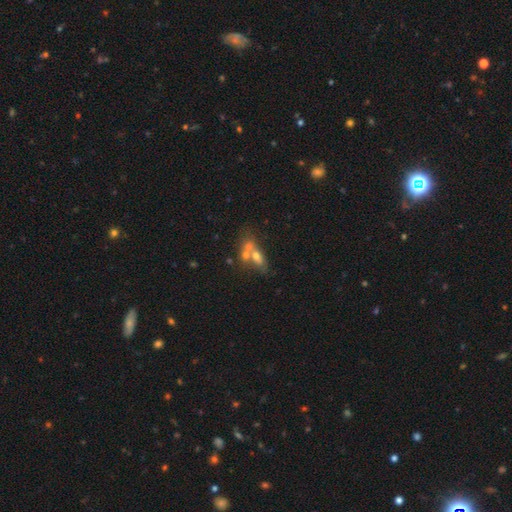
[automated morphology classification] smooth_or_featured: smooth (p=0.48) [alt: featured or disk p=0.36]
merging: merger (p=0.56) [alt: none p=0.27]